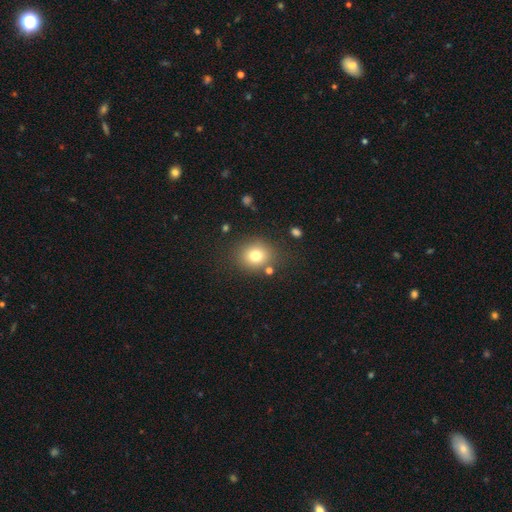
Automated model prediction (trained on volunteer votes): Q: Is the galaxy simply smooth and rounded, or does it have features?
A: smooth — 77%.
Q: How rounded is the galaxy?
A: round — 74%.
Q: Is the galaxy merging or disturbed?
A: none — 81%.